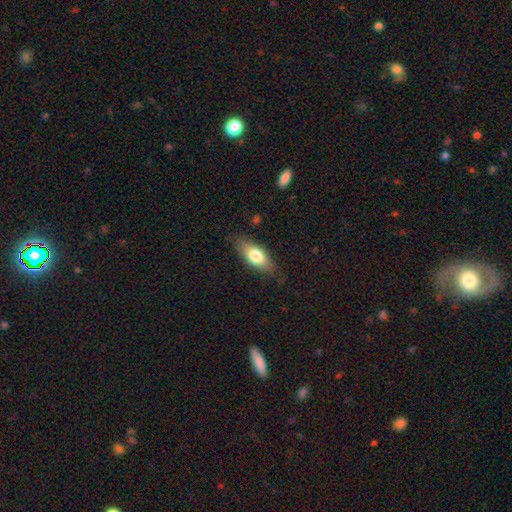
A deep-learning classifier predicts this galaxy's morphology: The model was most divided on "smooth or featured": smooth: 73%, featured or disk: 20%, star or artifact: 7%. More confident: how rounded — in between (81%); merging — none (79%).